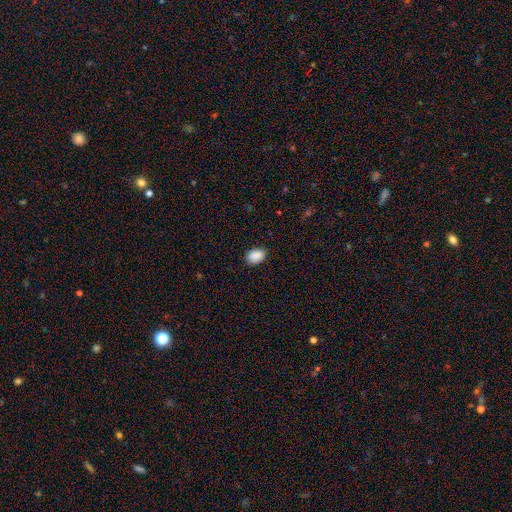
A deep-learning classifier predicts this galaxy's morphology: smooth_or_featured: smooth (p=0.90) [alt: star or artifact p=0.08]
how_rounded: in between (p=0.82) [alt: round p=0.17]
merging: none (p=0.83) [alt: minor disturbance p=0.13]